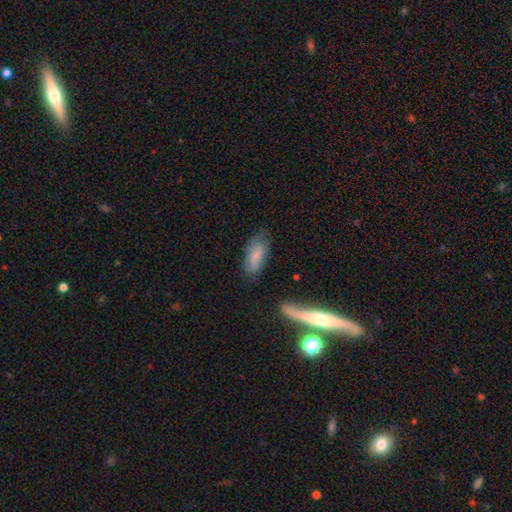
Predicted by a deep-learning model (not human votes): Smooth or featured: smooth — 75% (featured or disk — 17%)
How rounded: in between — 80% (cigar-shaped — 18%)
Merging: none — 66% (minor disturbance — 22%)